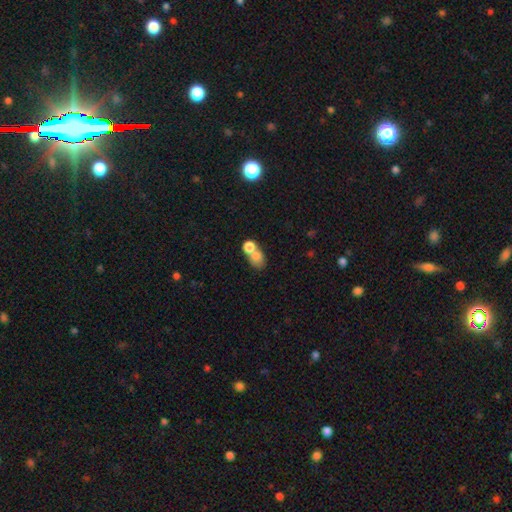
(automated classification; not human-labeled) The model was most divided on "how rounded": in between: 54%, round: 44%, cigar-shaped: 2%. More confident: smooth or featured — smooth (75%); merging — merger (63%).